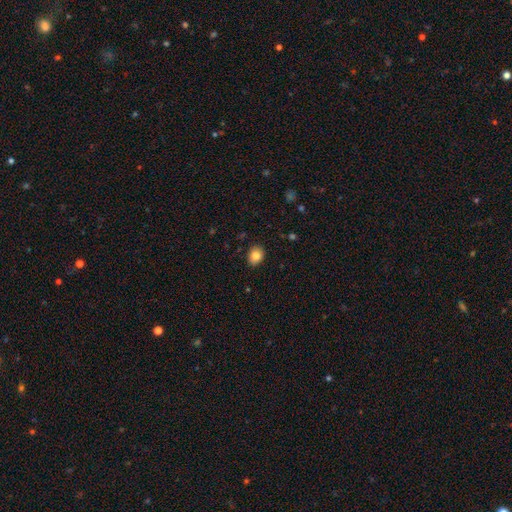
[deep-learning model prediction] Q: Smooth or featured?
A: smooth (84%); runner-up: star or artifact (9%)
Q: How rounded?
A: in between (53%); runner-up: round (46%)
Q: Merging?
A: none (86%); runner-up: minor disturbance (11%)